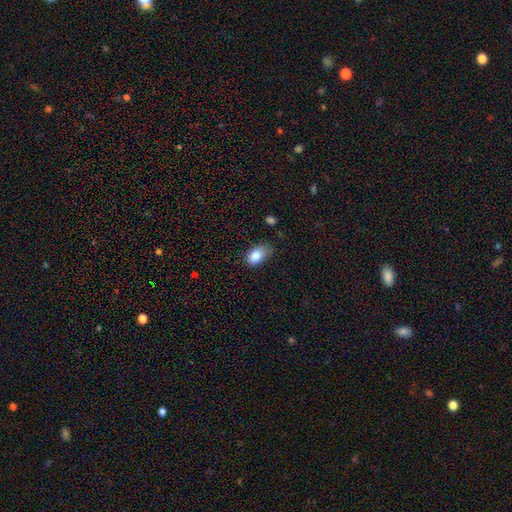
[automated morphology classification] Q: Smooth or featured?
A: smooth (85%); runner-up: star or artifact (8%)
Q: How rounded?
A: in between (88%); runner-up: round (10%)
Q: Merging?
A: none (49%); runner-up: minor disturbance (39%)